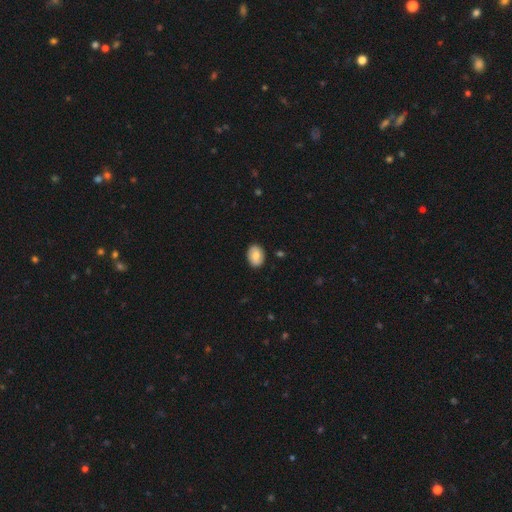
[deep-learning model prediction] Q: Smooth or featured?
A: smooth (75%); runner-up: featured or disk (18%)
Q: How rounded?
A: in between (68%); runner-up: round (31%)
Q: Merging?
A: none (88%); runner-up: minor disturbance (8%)